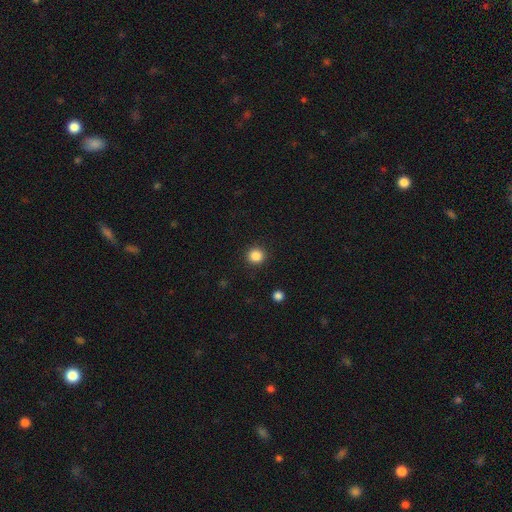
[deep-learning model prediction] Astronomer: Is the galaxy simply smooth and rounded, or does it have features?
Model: smooth — 86%.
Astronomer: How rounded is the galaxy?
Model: round — 92%.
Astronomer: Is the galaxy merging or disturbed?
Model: none — 91%.